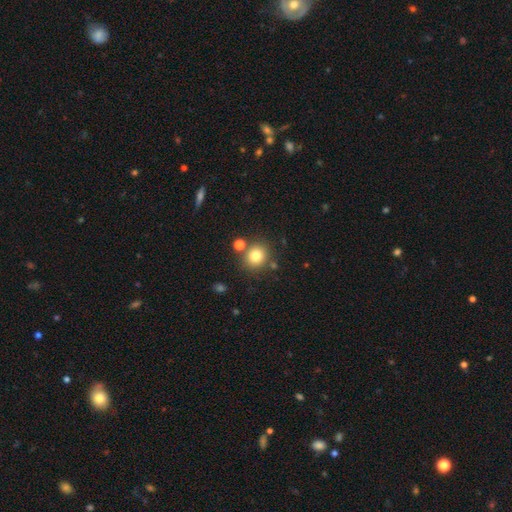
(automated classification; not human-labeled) smooth 80%, star or artifact 12%, featured or disk 8%. Down the decision tree: how rounded — round (85%); merging — none (78%).